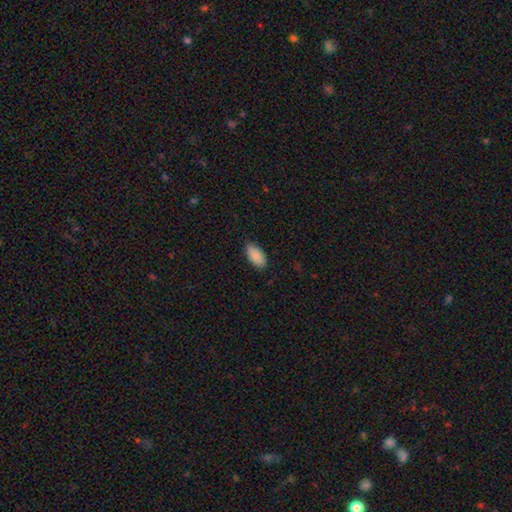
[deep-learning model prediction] A smooth galaxy with no disk features (90%) that is in between round and cigar-shaped (93%).

Vote fractions:
- Smooth or featured? smooth: 90% / star or artifact: 6% / featured or disk: 4%
- How rounded? in between: 93% / cigar-shaped: 4% / round: 2%
- Merging? none: 85% / minor disturbance: 12% / major disturbance: 2% / merger: 1%